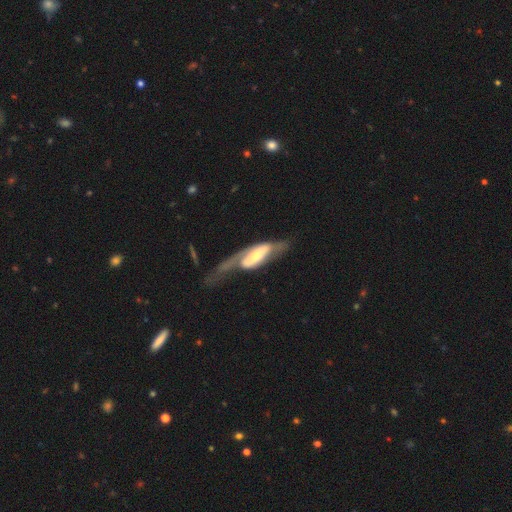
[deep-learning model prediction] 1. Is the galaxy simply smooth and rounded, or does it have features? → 63% featured or disk, 32% smooth, 5% star or artifact.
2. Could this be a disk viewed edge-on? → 79% no, 21% yes.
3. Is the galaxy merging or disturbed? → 54% major disturbance, 21% none, 18% minor disturbance, 8% merger.